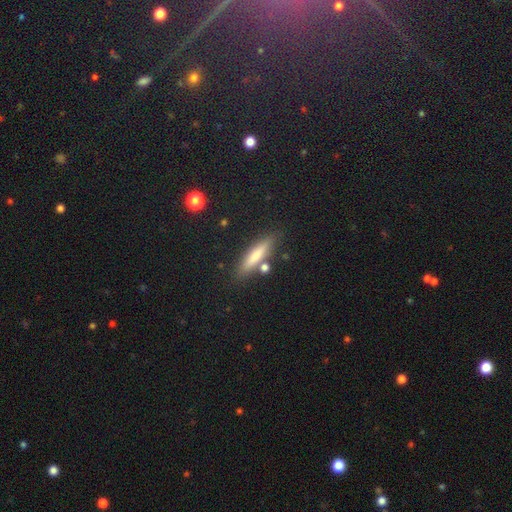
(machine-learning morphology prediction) This is possibly a smooth galaxy (58%). How rounded: clearly cigar-shaped (82%). Merging: clearly none (84%).